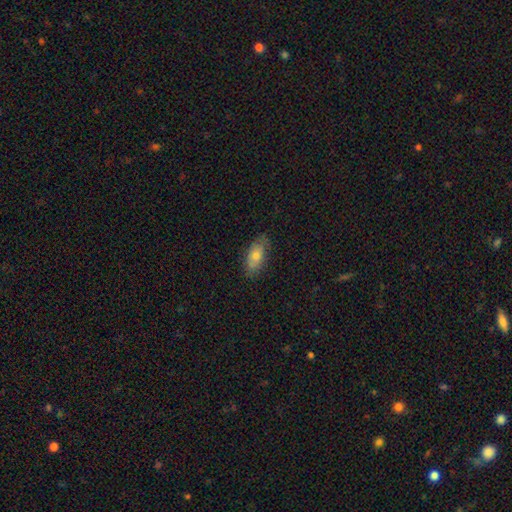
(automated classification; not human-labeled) This appears to be a smooth galaxy with no disk features (72%) that is in between round and cigar-shaped (88%). Merging: none (74%).